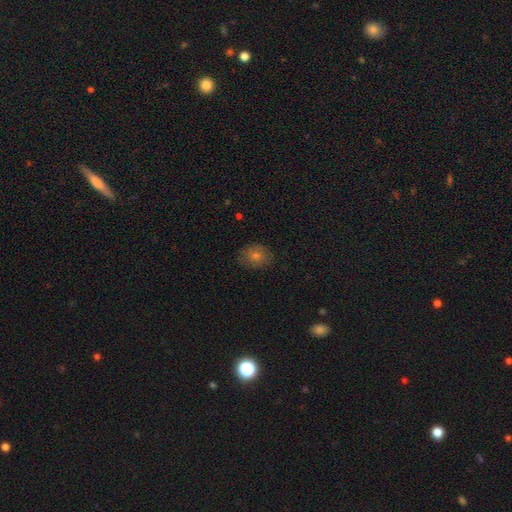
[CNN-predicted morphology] Q: Smooth or featured?
A: smooth (61%); runner-up: featured or disk (21%)
Q: How rounded?
A: round (60%); runner-up: in between (39%)
Q: Merging?
A: none (81%); runner-up: minor disturbance (14%)